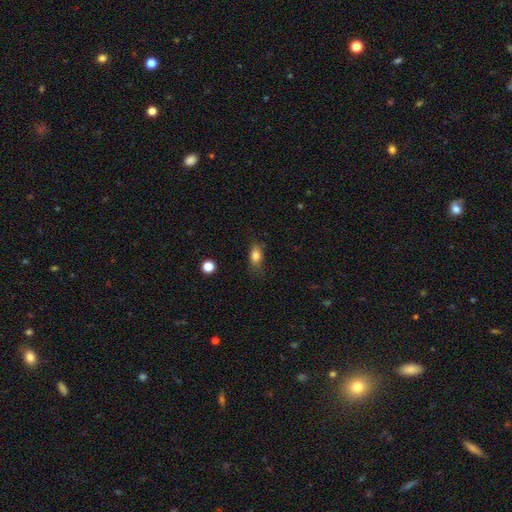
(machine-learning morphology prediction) smooth-or-featured: smooth: 81% | featured or disk: 10% | star or artifact: 9%
  how-rounded: in between: 80% | round: 12% | cigar-shaped: 8%
  merging: none: 73% | minor disturbance: 20% | major disturbance: 5% | merger: 1%